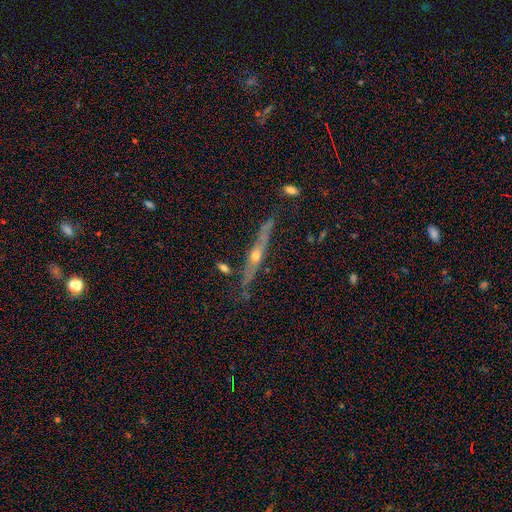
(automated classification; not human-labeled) featured or disk 73%, smooth 19%, star or artifact 7%. Down the decision tree: edge-on disk — yes (93%); edge-on bulge — rounded (86%); merging — none (76%).